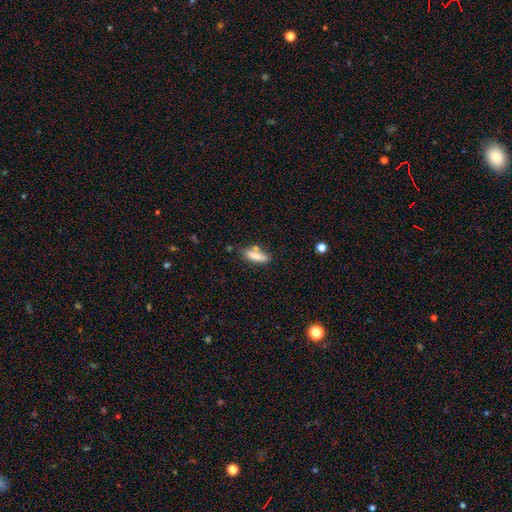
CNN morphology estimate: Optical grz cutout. It shows a smooth galaxy with no disk features (78%) that is cigar-shaped (53%). Merging: none (63%).